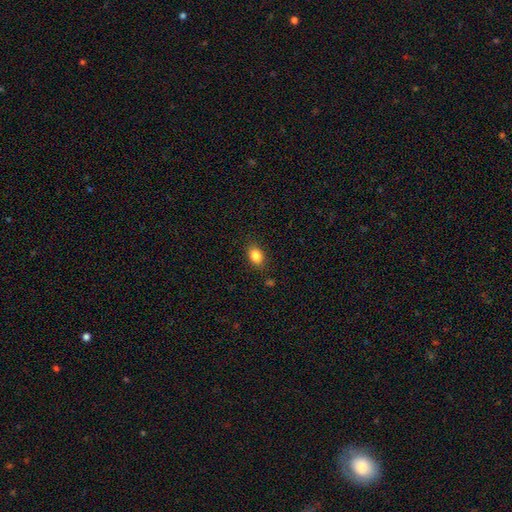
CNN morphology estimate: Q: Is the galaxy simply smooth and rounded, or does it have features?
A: smooth — 84%.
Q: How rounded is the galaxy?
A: in between — 79%.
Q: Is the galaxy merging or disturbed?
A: none — 86%.